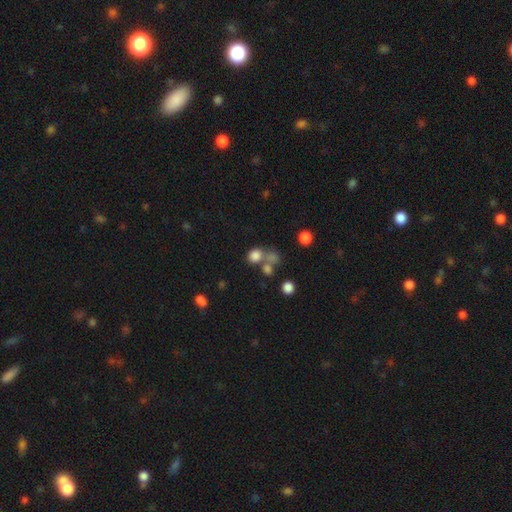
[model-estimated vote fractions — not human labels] A smooth galaxy with no disk features (76%) that is round (73%).

Vote fractions:
- Smooth or featured? smooth: 76% / star or artifact: 15% / featured or disk: 9%
- How rounded? round: 73% / in between: 26% / cigar-shaped: 1%
- Merging? none: 49% / merger: 36% / minor disturbance: 9% / major disturbance: 6%